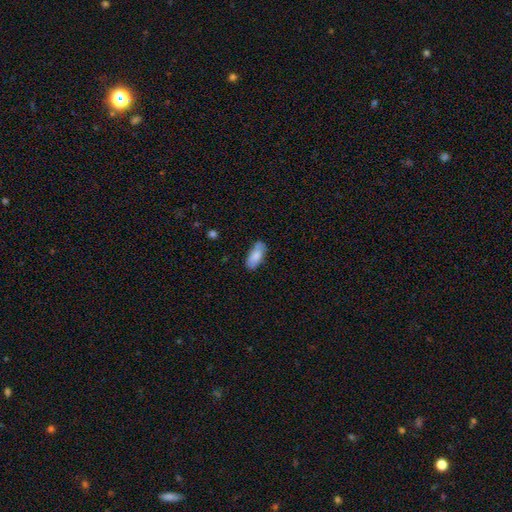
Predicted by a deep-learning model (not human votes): smooth_or_featured: smooth (p=0.82) [alt: featured or disk p=0.11]
how_rounded: in between (p=0.86) [alt: cigar-shaped p=0.12]
merging: none (p=0.72) [alt: minor disturbance p=0.22]